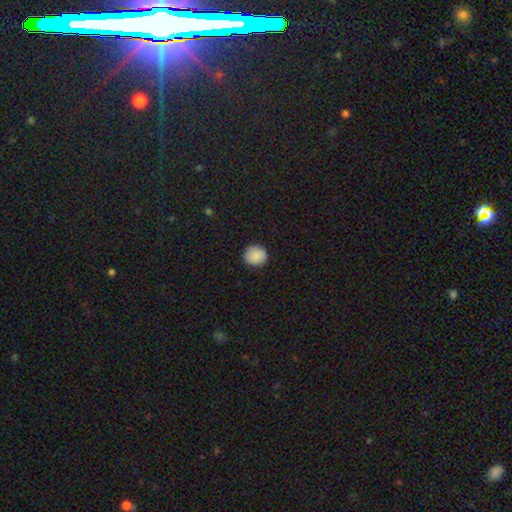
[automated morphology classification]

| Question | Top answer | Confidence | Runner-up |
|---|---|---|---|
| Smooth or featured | smooth | 87% | star or artifact (8%) |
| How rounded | round | 89% | in between (10%) |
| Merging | none | 90% | minor disturbance (7%) |